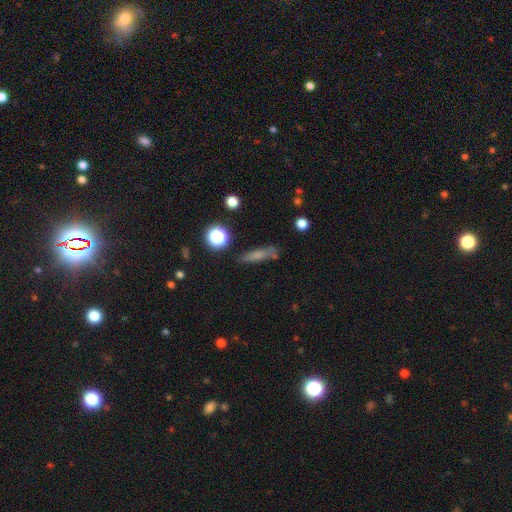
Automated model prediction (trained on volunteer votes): A smooth galaxy with no disk features (58%) that is cigar-shaped (68%).

Vote fractions:
- Smooth or featured? smooth: 58% / featured or disk: 23% / star or artifact: 19%
- How rounded? cigar-shaped: 68% / in between: 23% / round: 9%
- Merging? none: 73% / minor disturbance: 17% / major disturbance: 6% / merger: 5%